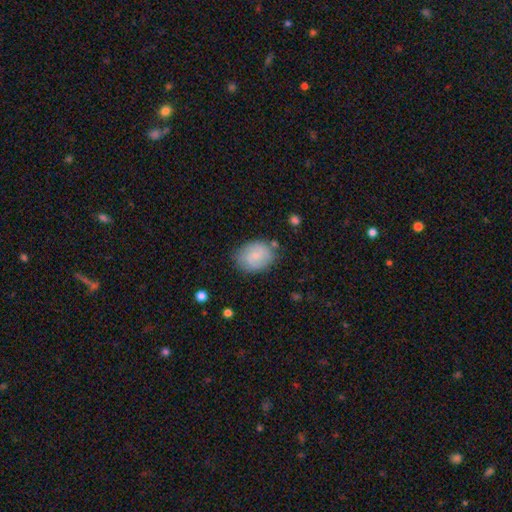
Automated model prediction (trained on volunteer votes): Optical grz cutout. It shows a smooth galaxy with no disk features (70%) that is in between round and cigar-shaped (64%). Merging: none (73%).